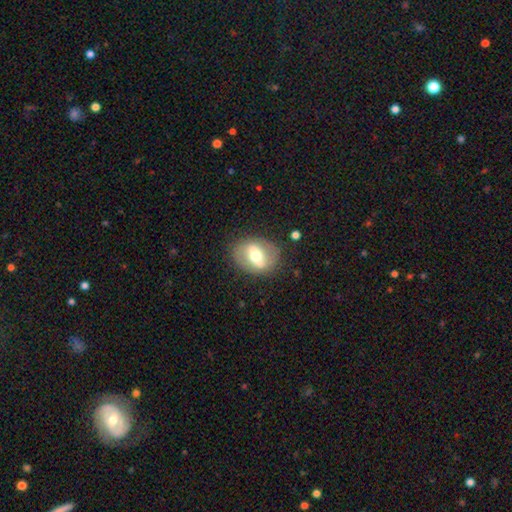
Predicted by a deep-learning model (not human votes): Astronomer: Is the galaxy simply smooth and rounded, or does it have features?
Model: featured or disk — 58% (runner-up: smooth, 36%).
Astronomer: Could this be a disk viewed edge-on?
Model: no — 89%.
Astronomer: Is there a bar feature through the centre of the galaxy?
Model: strong — 51% (runner-up: weak, 33%).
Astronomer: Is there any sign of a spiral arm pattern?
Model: no — 60% (runner-up: yes, 40%).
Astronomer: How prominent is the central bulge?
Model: moderate — 66%.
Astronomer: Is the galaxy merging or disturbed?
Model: none — 80%.